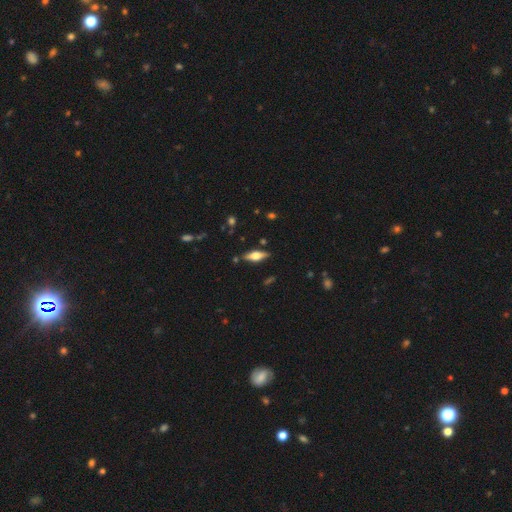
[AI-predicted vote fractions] Smooth or featured?
  - featured or disk: 51% *
  - smooth: 41%
  - star or artifact: 7%
Edge-on disk?
  - yes: 92% *
  - no: 8%
Merging?
  - none: 83% *
  - minor disturbance: 12%
  - major disturbance: 3%
  - merger: 3%